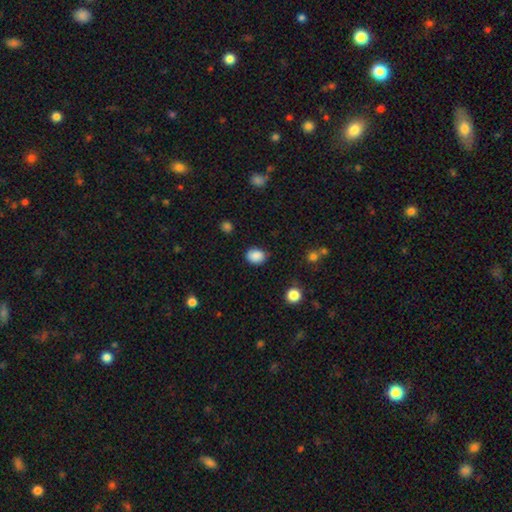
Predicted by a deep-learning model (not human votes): smooth 87%, star or artifact 9%, featured or disk 4%. Down the decision tree: how rounded — in between (55%); merging — none (82%).